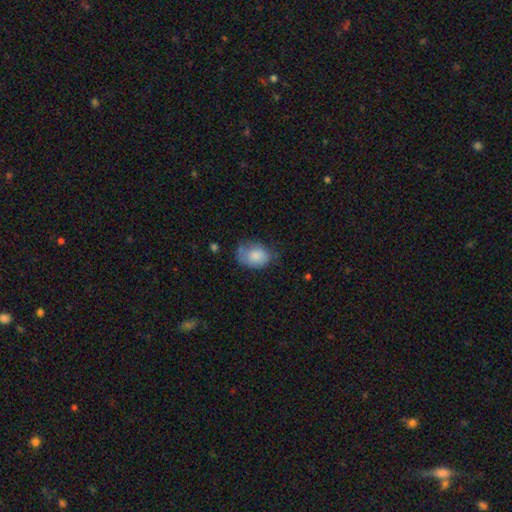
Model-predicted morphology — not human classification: Smooth or featured: smooth — 81% (featured or disk — 11%)
How rounded: in between — 70% (round — 29%)
Merging: none — 50% (minor disturbance — 35%)